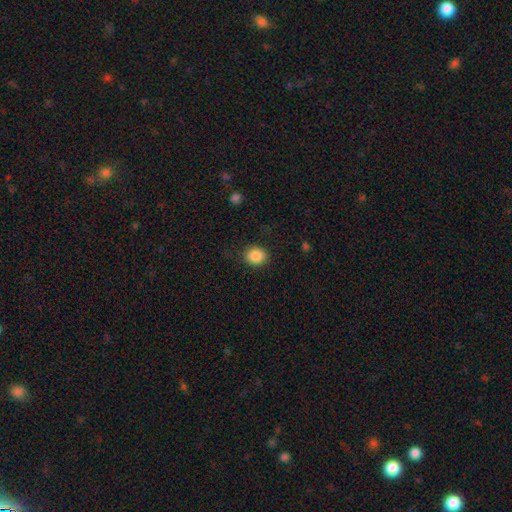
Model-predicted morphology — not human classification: smooth 87%, star or artifact 9%, featured or disk 4%. Down the decision tree: how rounded — round (67%); merging — none (87%).